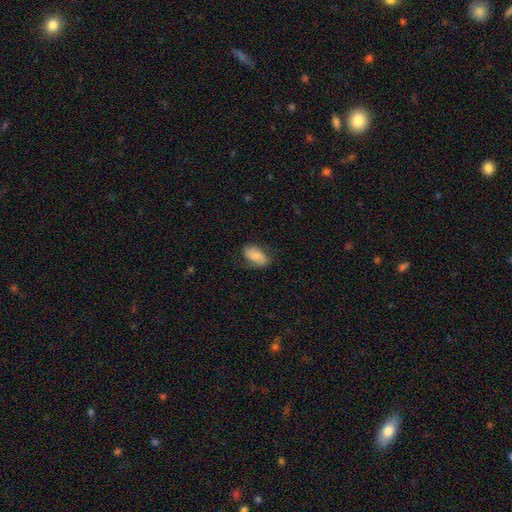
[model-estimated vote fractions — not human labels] Smooth or featured? Predicted: smooth (p=0.70). How rounded? Predicted: in between (p=0.92). Merging? Predicted: none (p=0.69).